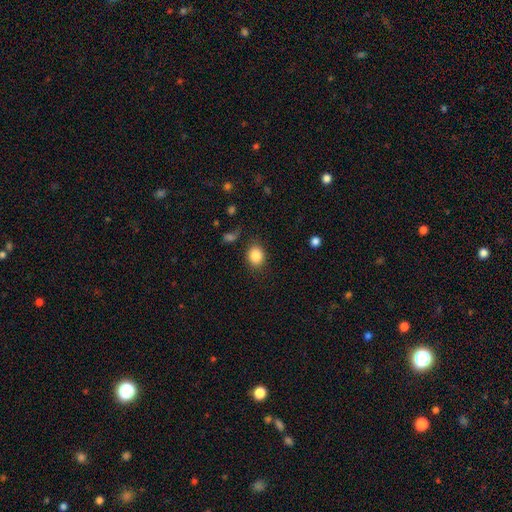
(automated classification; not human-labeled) The model was most divided on "how rounded": round: 57%, in between: 42%, cigar-shaped: 1%. More confident: smooth or featured — smooth (85%); merging — none (83%).